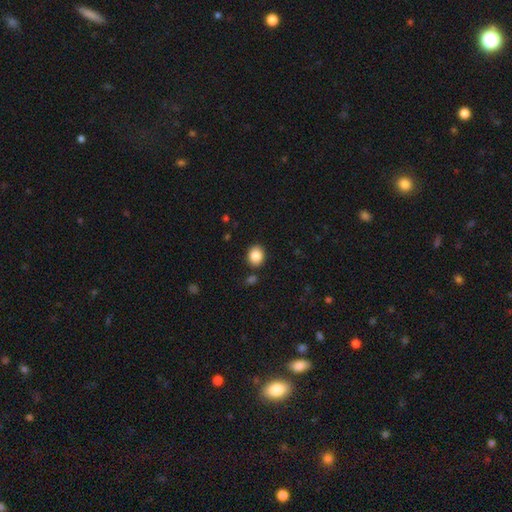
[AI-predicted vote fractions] Smooth or featured?
  - smooth: 85% *
  - star or artifact: 9%
  - featured or disk: 5%
How rounded?
  - round: 67% *
  - in between: 32%
  - cigar-shaped: 1%
Merging?
  - none: 86% *
  - minor disturbance: 8%
  - merger: 4%
  - major disturbance: 2%